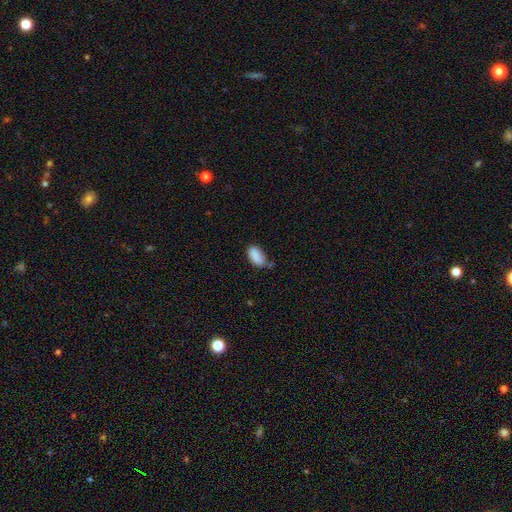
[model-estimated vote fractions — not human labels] Morphology: type=smooth (88%); roundness=in between (93%); merging=none (63%).